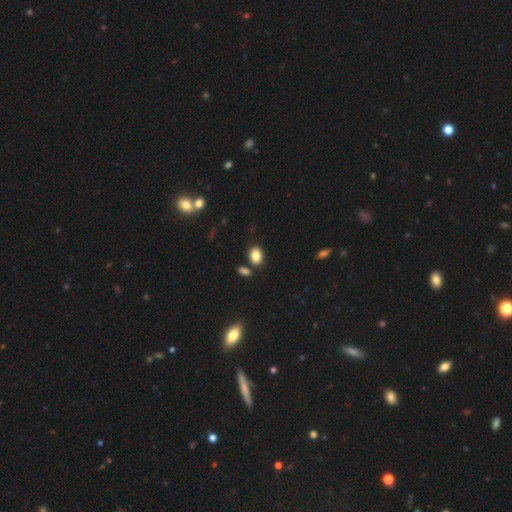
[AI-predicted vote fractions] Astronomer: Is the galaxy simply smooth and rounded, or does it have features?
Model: smooth — 85%.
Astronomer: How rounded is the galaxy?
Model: in between — 80%.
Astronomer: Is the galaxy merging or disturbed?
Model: none — 76%.